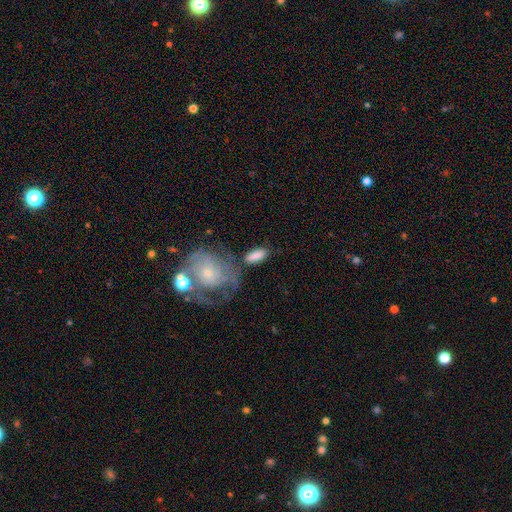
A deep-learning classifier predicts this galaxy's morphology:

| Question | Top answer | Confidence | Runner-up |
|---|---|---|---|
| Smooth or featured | smooth | 78% | featured or disk (16%) |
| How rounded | in between | 81% | cigar-shaped (14%) |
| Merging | none | 61% | minor disturbance (17%) |